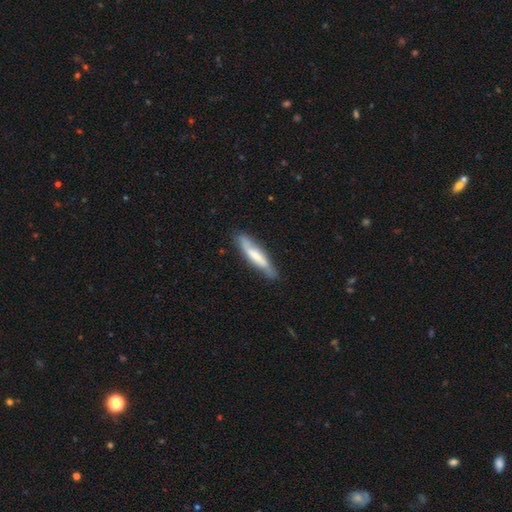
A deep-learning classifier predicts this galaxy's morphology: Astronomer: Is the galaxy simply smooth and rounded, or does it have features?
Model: smooth — 55% (runner-up: featured or disk, 39%).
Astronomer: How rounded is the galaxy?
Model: cigar-shaped — 84%.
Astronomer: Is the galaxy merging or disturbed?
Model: none — 77%.